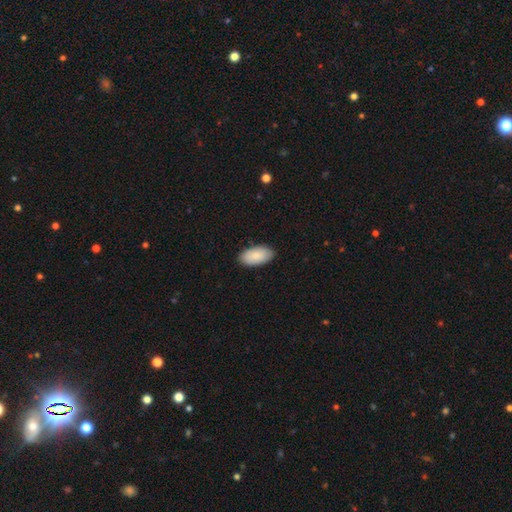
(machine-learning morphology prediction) Overall: smooth (87%). How rounded: in between (96%). Merging: none (88%).